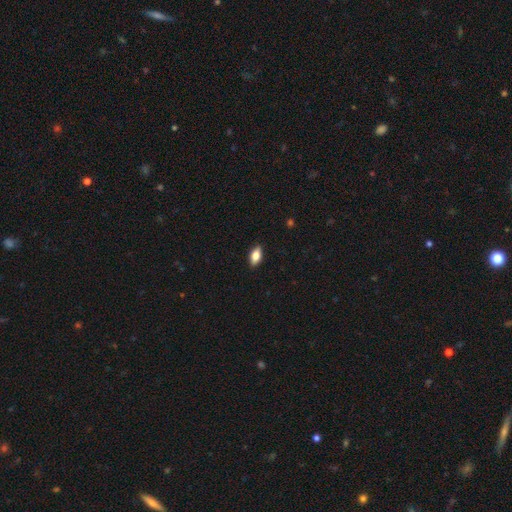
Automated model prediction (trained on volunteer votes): A smooth galaxy with no disk features (79%) that is in between round and cigar-shaped (89%).

Vote fractions:
- Smooth or featured? smooth: 79% / featured or disk: 14% / star or artifact: 7%
- How rounded? in between: 89% / cigar-shaped: 7% / round: 4%
- Merging? none: 88% / minor disturbance: 9% / major disturbance: 2% / merger: 1%